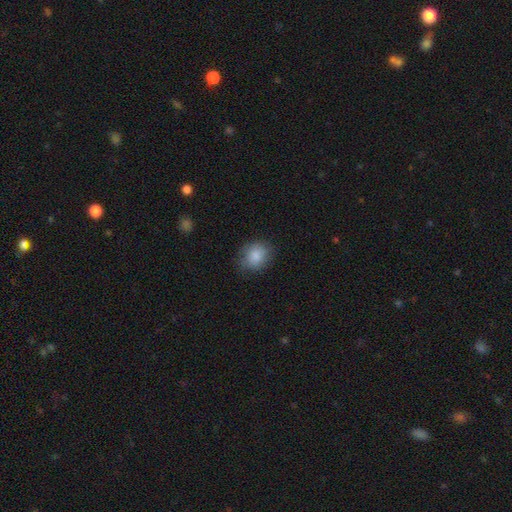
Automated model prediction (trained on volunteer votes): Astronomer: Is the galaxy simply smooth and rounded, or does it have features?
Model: smooth — 86%.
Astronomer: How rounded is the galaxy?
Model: round — 59% (runner-up: in between, 40%).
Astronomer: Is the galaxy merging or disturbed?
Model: none — 76%.